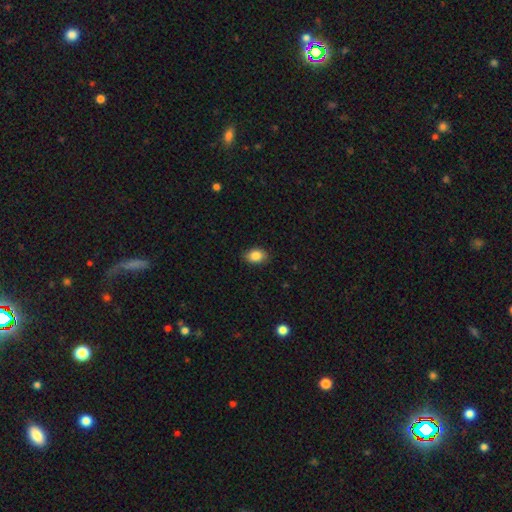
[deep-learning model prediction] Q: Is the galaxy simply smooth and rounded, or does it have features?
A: smooth — 86%.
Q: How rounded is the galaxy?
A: in between — 79%.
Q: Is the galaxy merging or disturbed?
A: none — 86%.